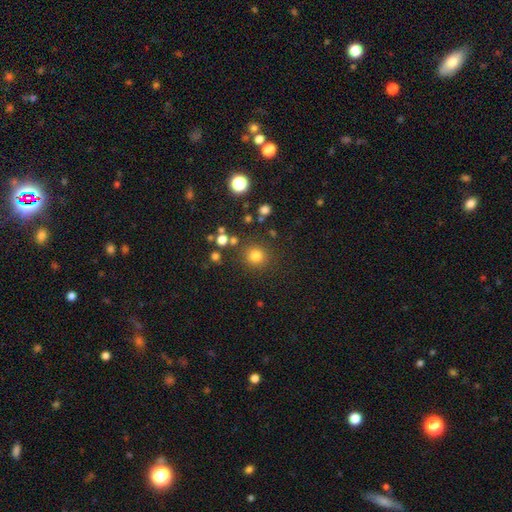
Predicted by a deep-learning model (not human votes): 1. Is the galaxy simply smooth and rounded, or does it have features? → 80% smooth, 15% star or artifact, 5% featured or disk.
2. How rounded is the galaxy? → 92% round, 7% in between, 1% cigar-shaped.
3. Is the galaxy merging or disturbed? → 86% none, 8% minor disturbance, 4% merger, 3% major disturbance.